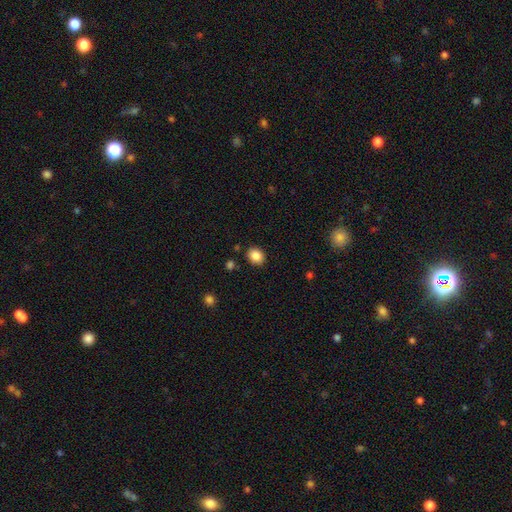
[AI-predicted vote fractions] This is clearly a smooth galaxy (86%). How rounded: possibly round (58%). Merging: clearly none (87%).